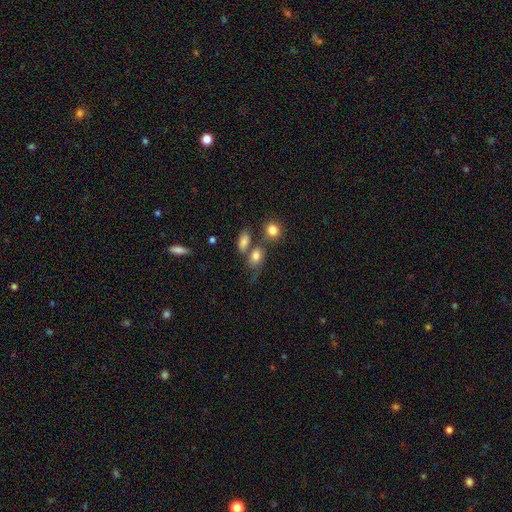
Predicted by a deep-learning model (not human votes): Morphology: type=smooth (78%); roundness=in between (70%); merging=none (41%).